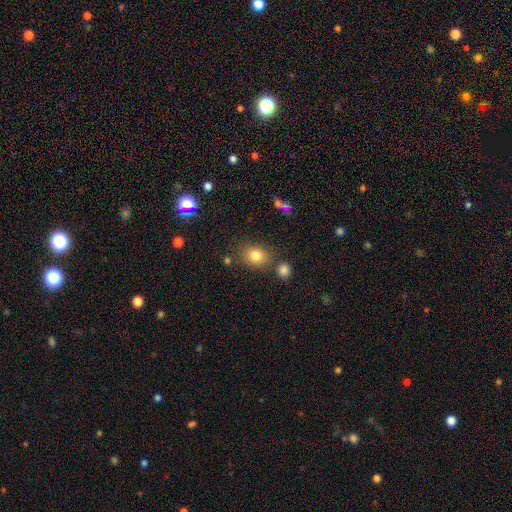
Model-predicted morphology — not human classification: A smooth galaxy with no disk features (81%) that is round (51%).

Vote fractions:
- Smooth or featured? smooth: 81% / star or artifact: 11% / featured or disk: 8%
- How rounded? round: 51% / in between: 48% / cigar-shaped: 1%
- Merging? none: 73% / minor disturbance: 13% / merger: 10% / major disturbance: 4%